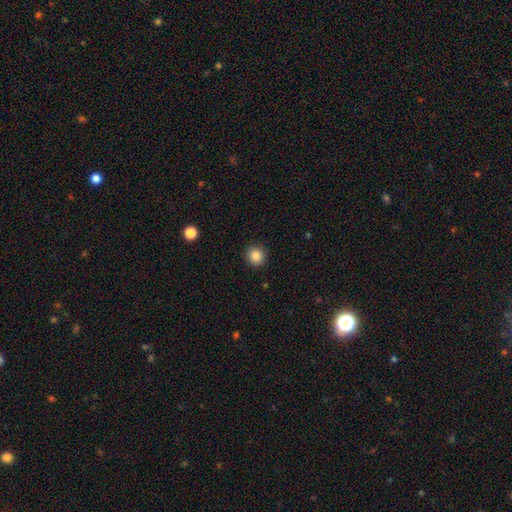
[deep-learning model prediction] smooth 86%, star or artifact 10%, featured or disk 4%. Down the decision tree: how rounded — round (94%); merging — none (92%).